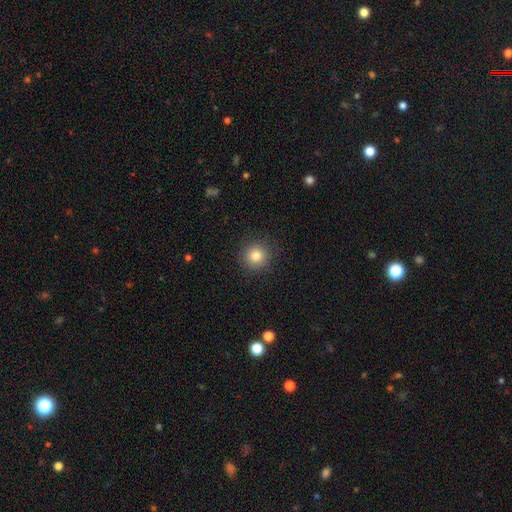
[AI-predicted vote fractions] Morphology: type=smooth (81%); roundness=round (94%); merging=none (90%).